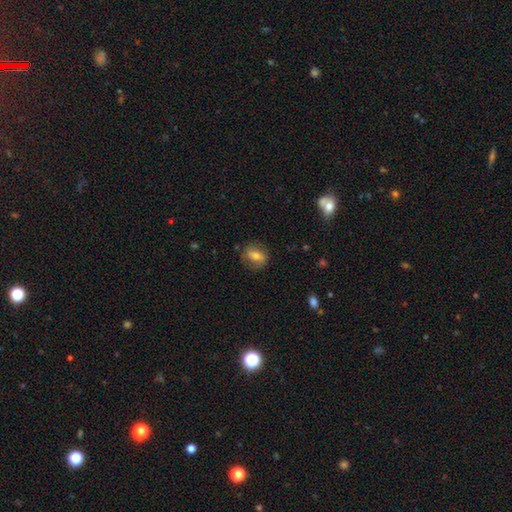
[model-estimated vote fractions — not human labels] Smooth or featured: smooth — 62% (featured or disk — 29%)
How rounded: in between — 57% (round — 39%)
Merging: none — 77% (minor disturbance — 16%)